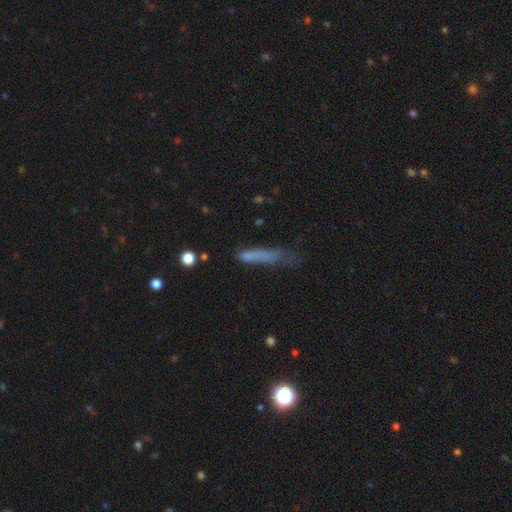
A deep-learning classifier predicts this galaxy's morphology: Smooth or featured?
  - smooth: 70% *
  - featured or disk: 18%
  - star or artifact: 12%
How rounded?
  - cigar-shaped: 86% *
  - in between: 12%
  - round: 2%
Merging?
  - none: 42% *
  - minor disturbance: 30%
  - major disturbance: 24%
  - merger: 5%